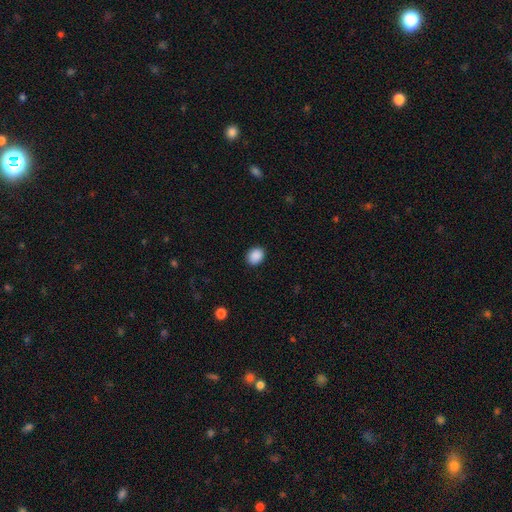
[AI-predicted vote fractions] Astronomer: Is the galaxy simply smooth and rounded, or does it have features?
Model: smooth — 89%.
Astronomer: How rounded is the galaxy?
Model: round — 55% (runner-up: in between, 44%).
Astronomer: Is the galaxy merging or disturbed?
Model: none — 89%.